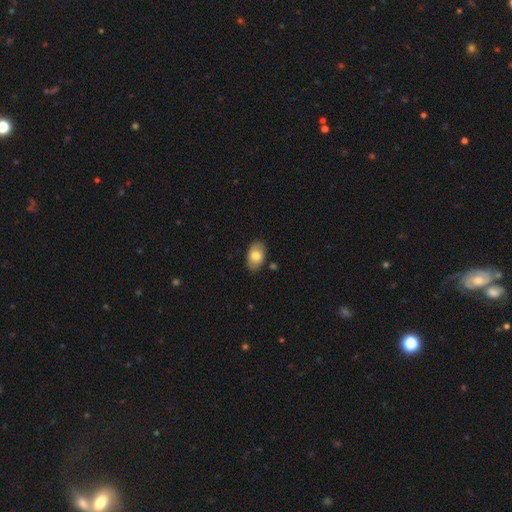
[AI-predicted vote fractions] Smooth or featured? Predicted: smooth (p=0.79). How rounded? Predicted: in between (p=0.91). Merging? Predicted: none (p=0.83).